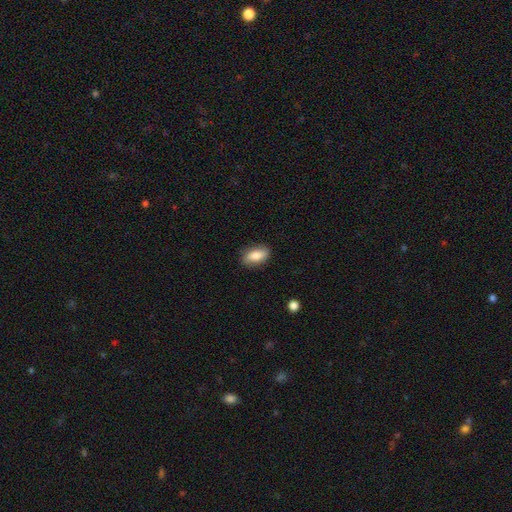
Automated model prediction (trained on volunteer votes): Smooth or featured?
  - smooth: 79% *
  - featured or disk: 14%
  - star or artifact: 7%
How rounded?
  - in between: 87% *
  - cigar-shaped: 8%
  - round: 5%
Merging?
  - none: 82% *
  - minor disturbance: 14%
  - major disturbance: 3%
  - merger: 1%